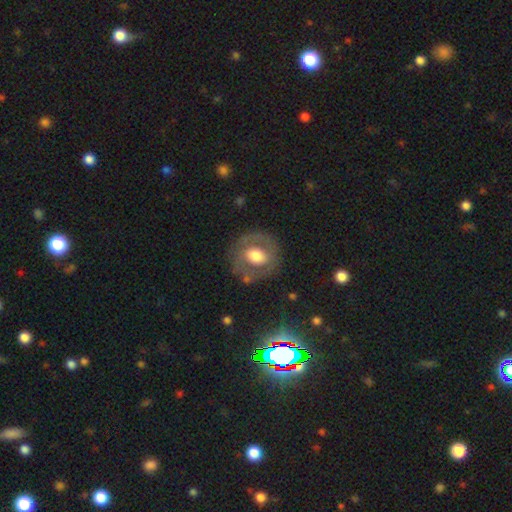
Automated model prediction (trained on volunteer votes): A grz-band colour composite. It shows a featured or disk galaxy (53%) with no bar (57%), no spiral arms (63%) and a moderate central bulge (53%). Merging: none (75%).